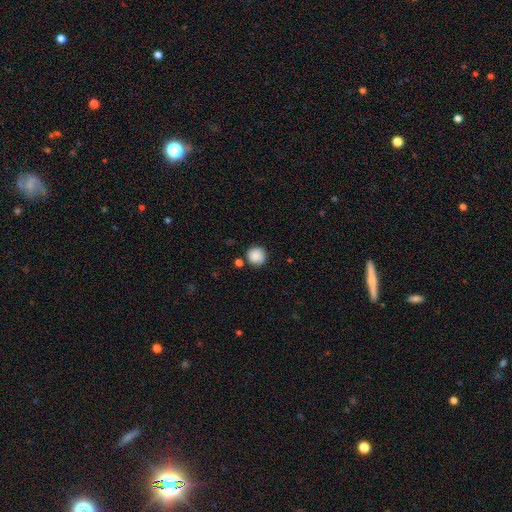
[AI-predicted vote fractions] Smooth or featured: smooth — 87% (star or artifact — 9%)
How rounded: round — 94% (in between — 5%)
Merging: none — 82% (minor disturbance — 10%)